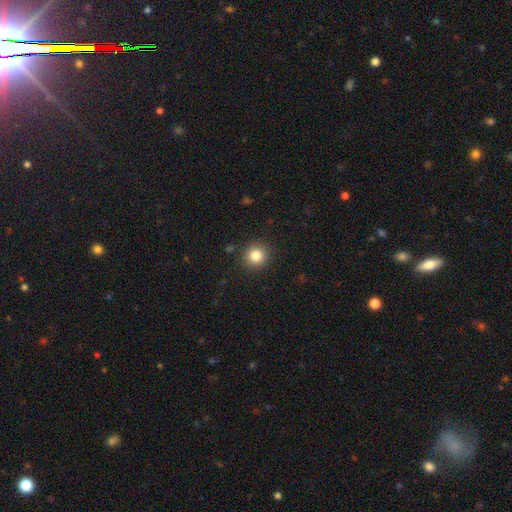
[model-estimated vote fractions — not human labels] A smooth galaxy with no disk features (82%) that is round (93%). Merging: none (90%).